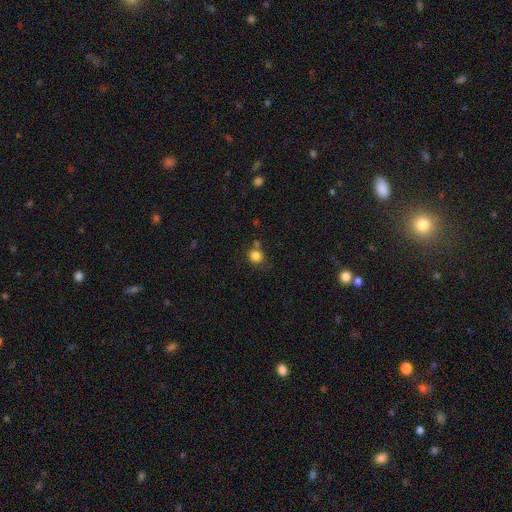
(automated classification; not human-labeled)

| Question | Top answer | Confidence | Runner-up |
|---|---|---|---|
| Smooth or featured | smooth | 83% | star or artifact (12%) |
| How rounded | round | 86% | in between (13%) |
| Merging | none | 65% | minor disturbance (16%) |